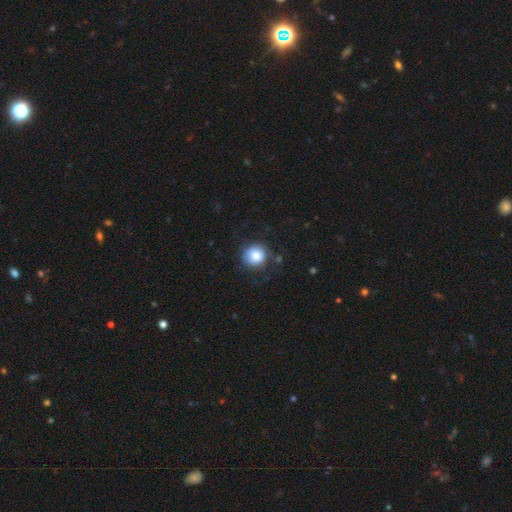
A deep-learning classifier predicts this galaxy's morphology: A smooth galaxy with no disk features (84%) that is round (89%).

Vote fractions:
- Smooth or featured? smooth: 84% / star or artifact: 9% / featured or disk: 7%
- How rounded? round: 89% / in between: 10% / cigar-shaped: 1%
- Merging? none: 78% / minor disturbance: 15% / major disturbance: 5% / merger: 2%